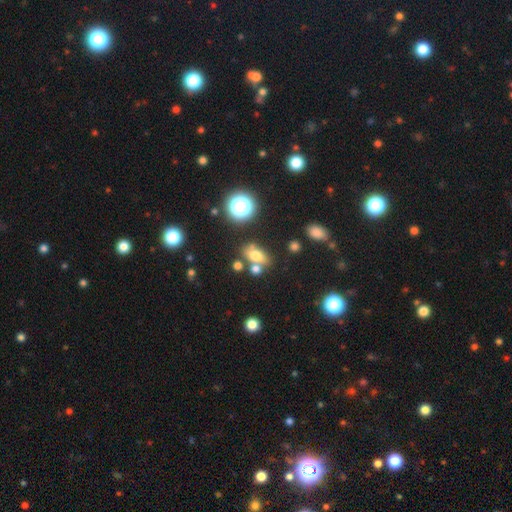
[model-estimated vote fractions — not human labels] Smooth or featured? Predicted: smooth (p=0.65). How rounded? Predicted: in between (p=0.74). Merging? Predicted: none (p=0.58).